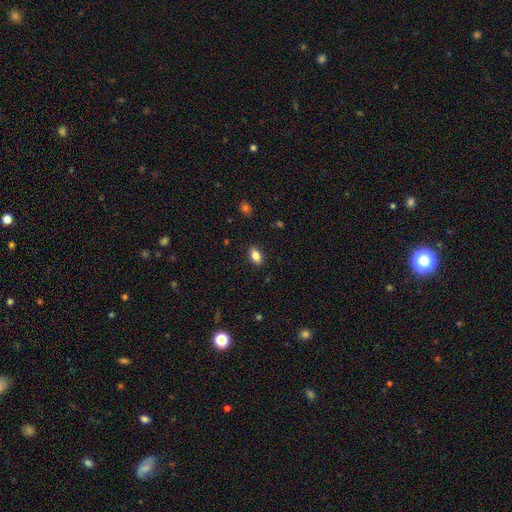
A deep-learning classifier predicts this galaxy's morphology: This is clearly a smooth galaxy (84%). How rounded: clearly in between (88%). Merging: clearly none (87%).